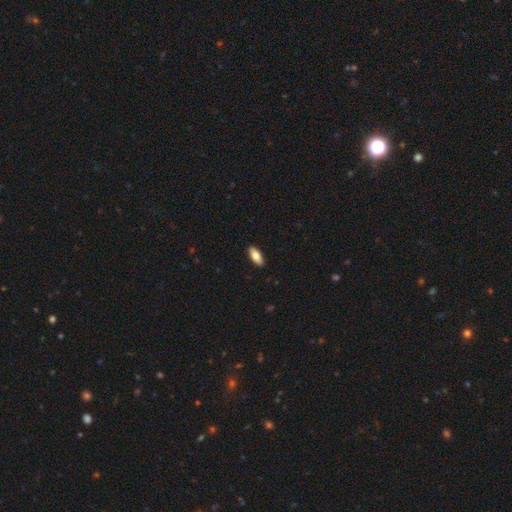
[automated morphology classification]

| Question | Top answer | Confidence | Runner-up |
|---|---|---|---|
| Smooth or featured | smooth | 77% | featured or disk (17%) |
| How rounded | in between | 82% | cigar-shaped (16%) |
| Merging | none | 89% | minor disturbance (8%) |